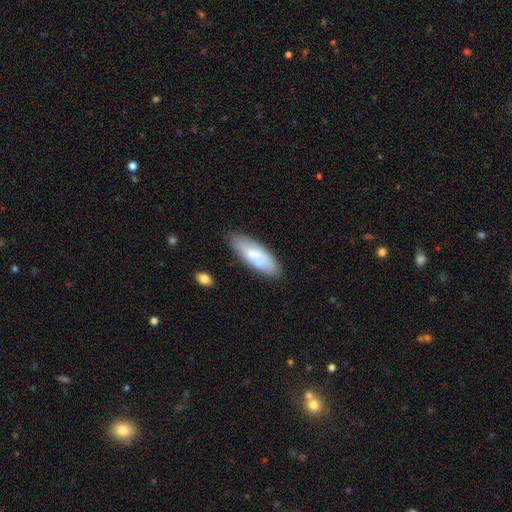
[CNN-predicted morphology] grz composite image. It shows a smooth galaxy with no disk features (72%) that is in between round and cigar-shaped (68%). Merging: none (81%).